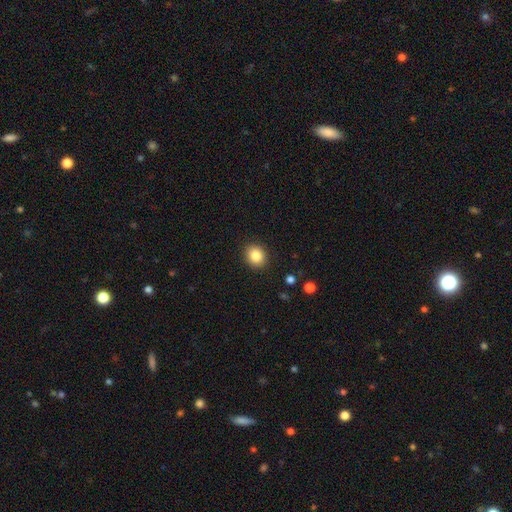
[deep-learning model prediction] Overall: smooth (85%). How rounded: round (72%). Merging: none (90%).